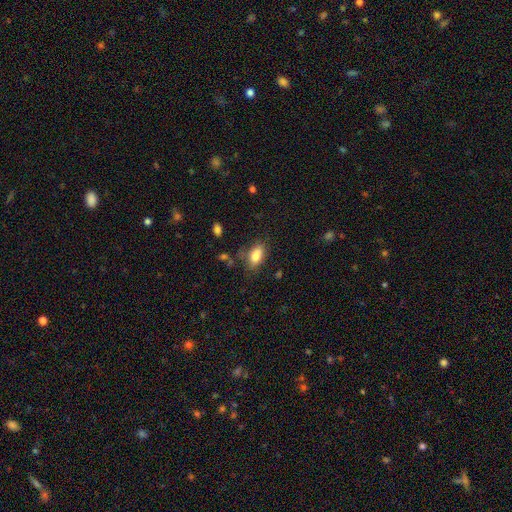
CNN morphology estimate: A smooth galaxy with no disk features (82%) that is in between round and cigar-shaped (89%). Merging: none (65%).